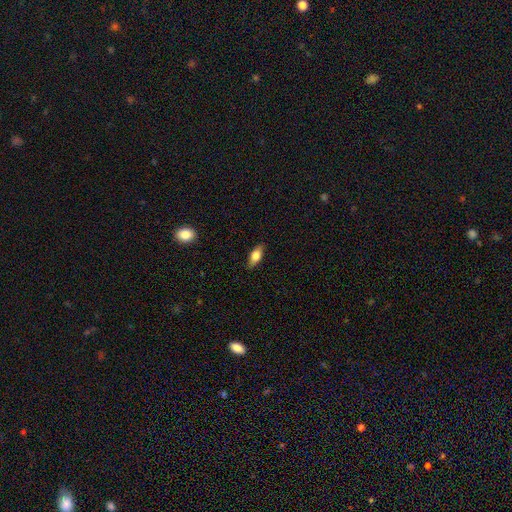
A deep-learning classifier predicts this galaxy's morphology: Smooth or featured: smooth — 71% (featured or disk — 22%)
How rounded: in between — 77% (cigar-shaped — 19%)
Merging: none — 86% (minor disturbance — 11%)